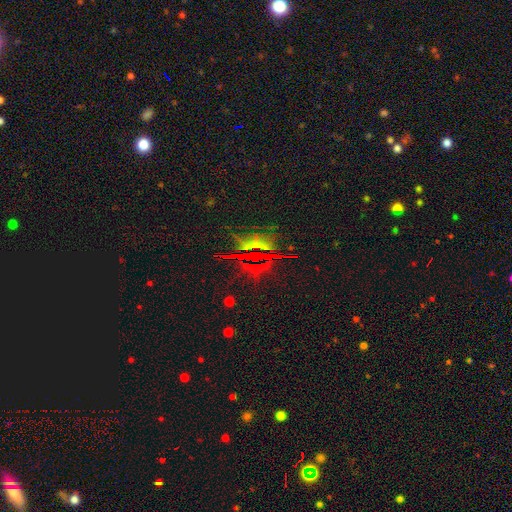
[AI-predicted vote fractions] Smooth or featured? Predicted: star or artifact (p=0.76).